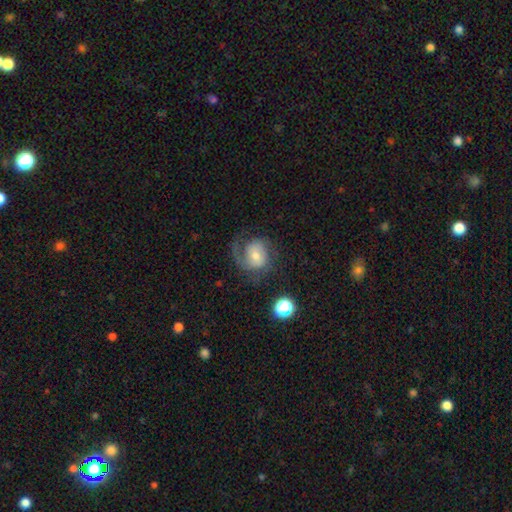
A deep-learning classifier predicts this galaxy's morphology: A featured or disk galaxy (70%) with no bar (59%), 1 (50%) medium (43%) spiral arms (91%) and a moderate central bulge (50%). Merging: none (54%).